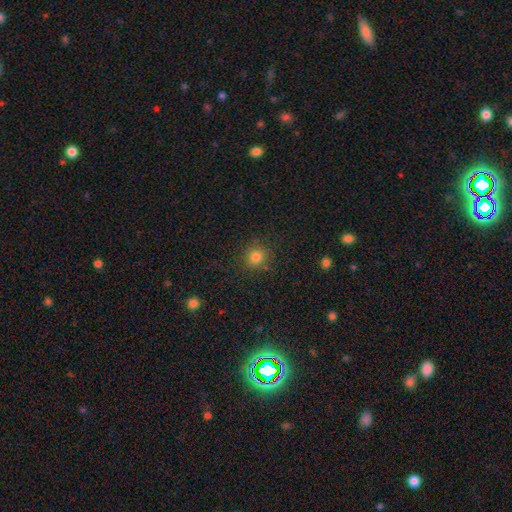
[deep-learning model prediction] A smooth galaxy with no disk features (77%) that is round (90%). Merging: none (88%).